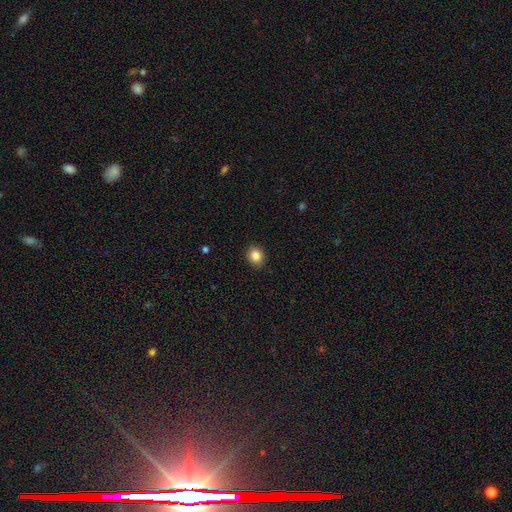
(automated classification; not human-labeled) Smooth or featured? Predicted: smooth (p=0.85). How rounded? Predicted: round (p=0.59). Merging? Predicted: none (p=0.90).